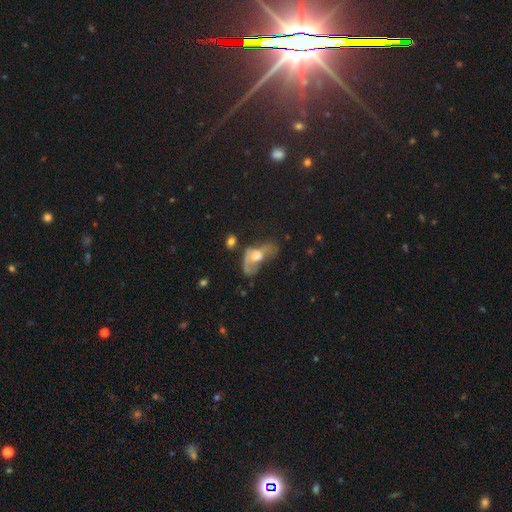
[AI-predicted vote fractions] This appears to be a featured or disk galaxy (50%). Merging: major disturbance (51%).